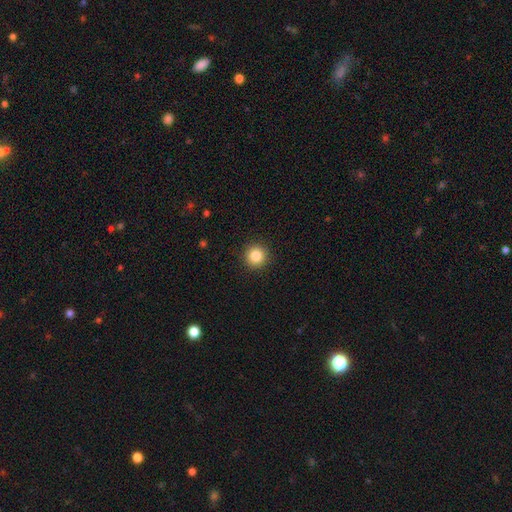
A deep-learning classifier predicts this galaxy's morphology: smooth-or-featured: smooth: 85% | star or artifact: 10% | featured or disk: 5%
  how-rounded: round: 95% | in between: 4% | cigar-shaped: 1%
  merging: none: 93% | minor disturbance: 5% | major disturbance: 2% | merger: 1%